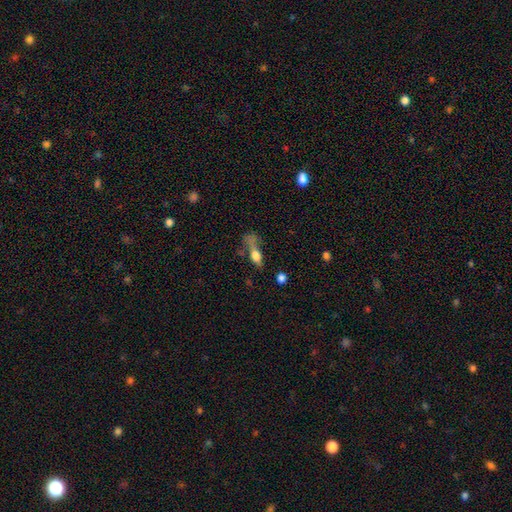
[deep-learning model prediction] Overall: smooth (64%; featured or disk 24%). How rounded: in between (55%; cigar-shaped 31%). Merging: major disturbance (35%; none 29%).